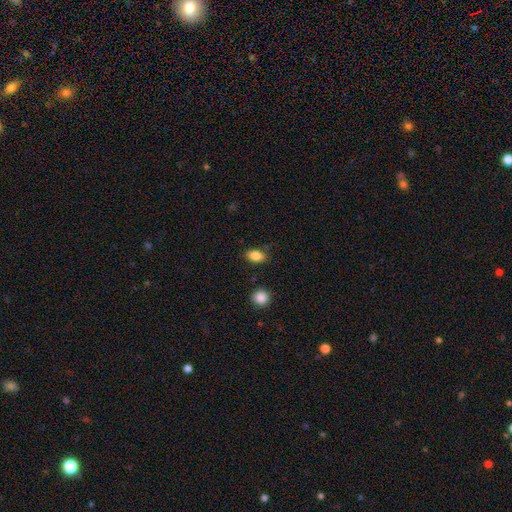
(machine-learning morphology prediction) Smooth or featured? Predicted: smooth (p=0.85). How rounded? Predicted: in between (p=0.83). Merging? Predicted: none (p=0.83).